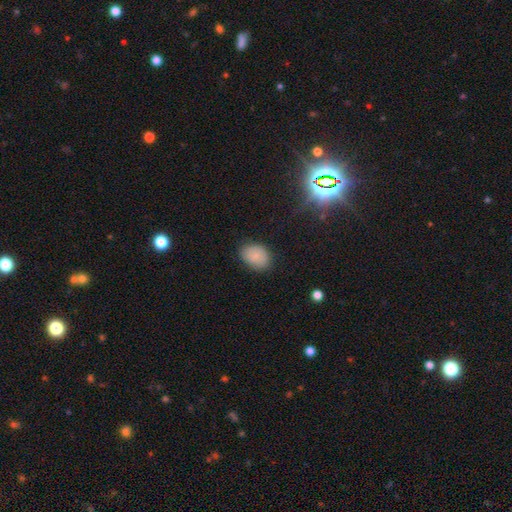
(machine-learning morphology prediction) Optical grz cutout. It shows a smooth galaxy with no disk features (78%) that is in between round and cigar-shaped (72%). Merging: none (79%).